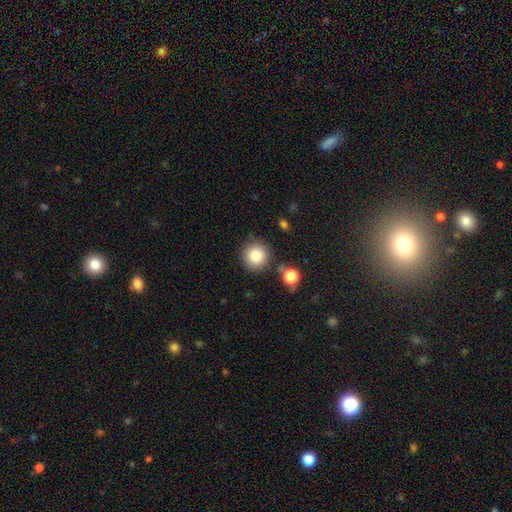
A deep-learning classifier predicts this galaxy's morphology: smooth 84%, star or artifact 10%, featured or disk 7%. Down the decision tree: how rounded — round (93%); merging — none (84%).